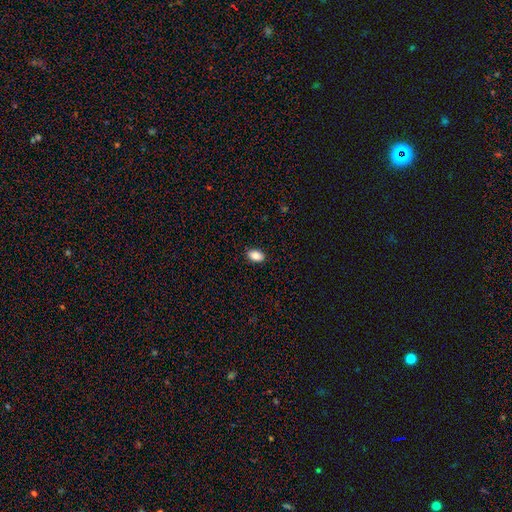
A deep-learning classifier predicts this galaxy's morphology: smooth-or-featured: smooth: 87% | star or artifact: 8% | featured or disk: 5%
  how-rounded: in between: 89% | round: 9% | cigar-shaped: 2%
  merging: none: 89% | minor disturbance: 8% | major disturbance: 2% | merger: 1%